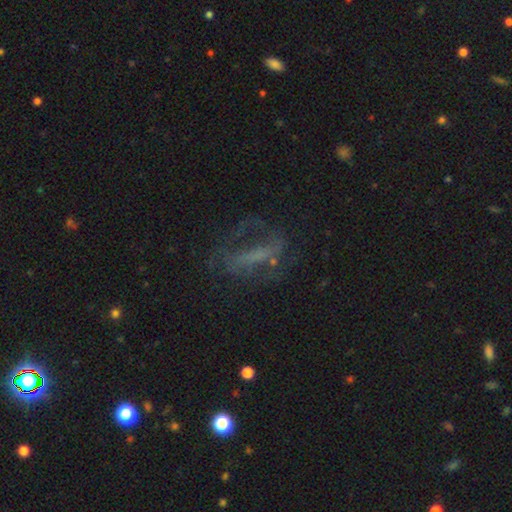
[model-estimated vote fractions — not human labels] A featured or disk galaxy (53%).

Vote fractions:
- Smooth or featured? featured or disk: 53% / smooth: 25% / star or artifact: 22%
- Edge-on disk? no: 83% / yes: 17%
- Merging? none: 47% / major disturbance: 33% / minor disturbance: 18% / merger: 3%